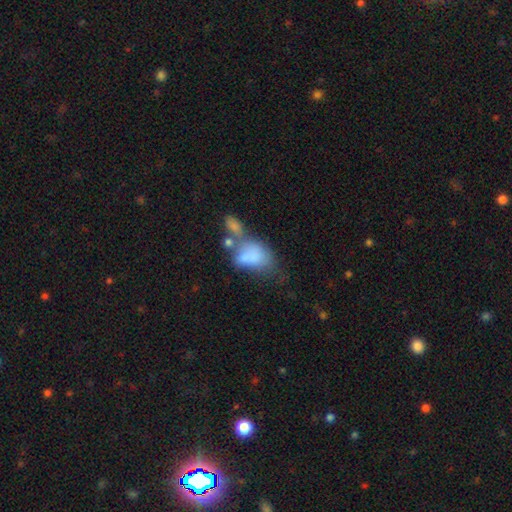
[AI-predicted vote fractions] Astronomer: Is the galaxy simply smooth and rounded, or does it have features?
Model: smooth — 70%.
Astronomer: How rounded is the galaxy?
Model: in between — 85%.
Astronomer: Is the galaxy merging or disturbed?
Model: merger — 45% (runner-up: major disturbance, 22%).